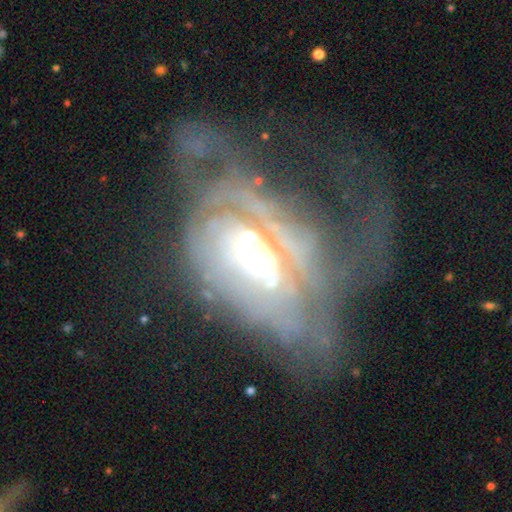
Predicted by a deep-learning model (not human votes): Smooth or featured: featured or disk — 74% (smooth — 16%)
Edge-on disk: no — 89% (yes — 11%)
Bar: no — 74% (weak — 17%)
Spiral arms: yes — 50% (tied with no — 50%)
Bulge size: moderate — 55% (small — 24%)
Merging: major disturbance — 51% (none — 23%)